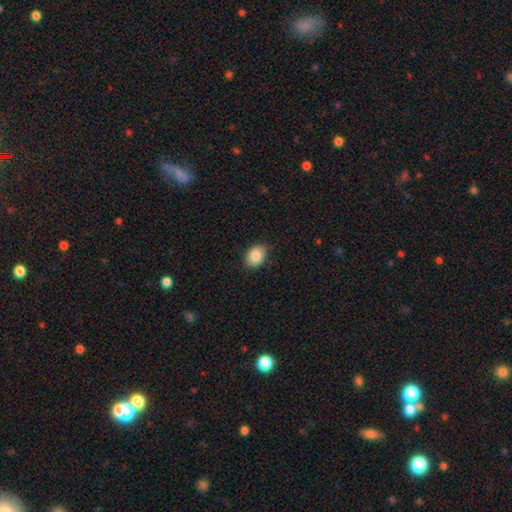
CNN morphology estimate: Smooth or featured? smooth (84%)
How rounded? in between (71%)
Merging? none (83%)